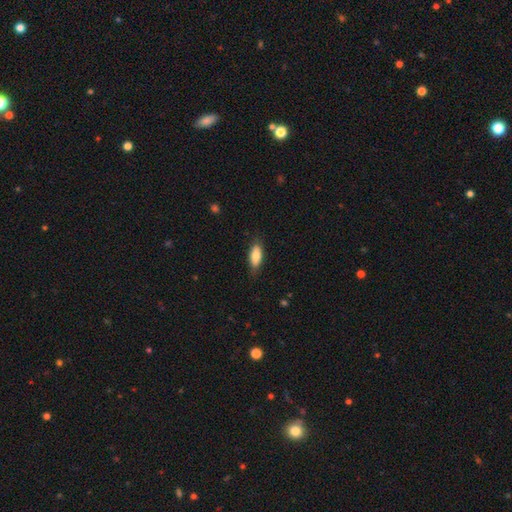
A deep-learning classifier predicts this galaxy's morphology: type=smooth (80%); roundness=in between (79%); merging=none (80%).